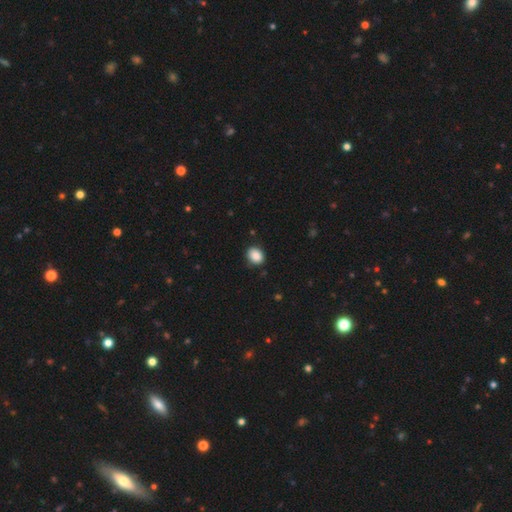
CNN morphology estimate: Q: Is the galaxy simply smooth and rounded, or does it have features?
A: smooth — 88%.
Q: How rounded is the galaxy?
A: in between — 54%.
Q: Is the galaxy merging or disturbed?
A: none — 86%.